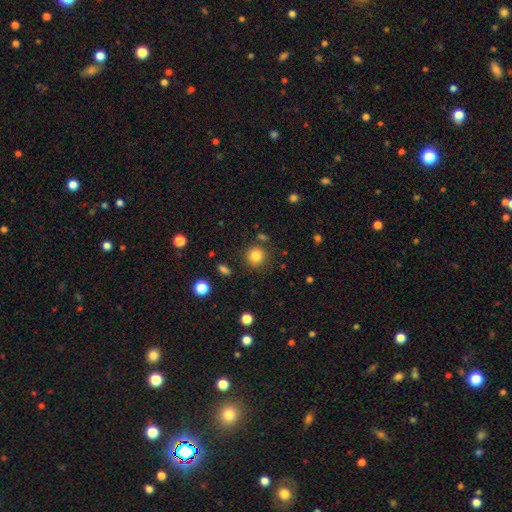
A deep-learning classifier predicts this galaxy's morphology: Overall: smooth (82%). How rounded: round (92%). Merging: none (83%).